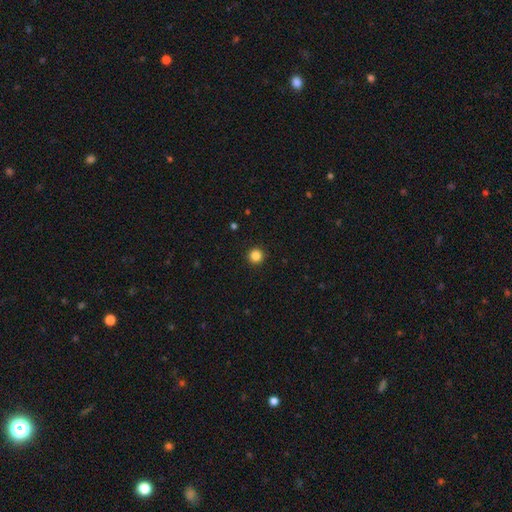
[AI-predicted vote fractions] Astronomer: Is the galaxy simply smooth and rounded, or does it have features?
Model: smooth — 85%.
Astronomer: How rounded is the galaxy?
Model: round — 96%.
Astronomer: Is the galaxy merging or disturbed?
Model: none — 94%.